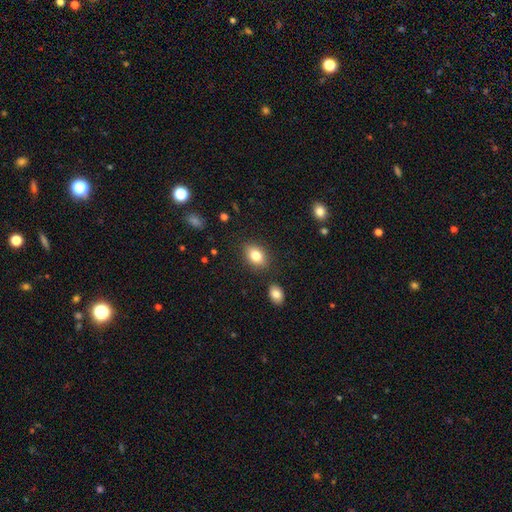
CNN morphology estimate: This appears to be a smooth galaxy with no disk features (82%) that is in between round and cigar-shaped (76%). Merging: none (84%).